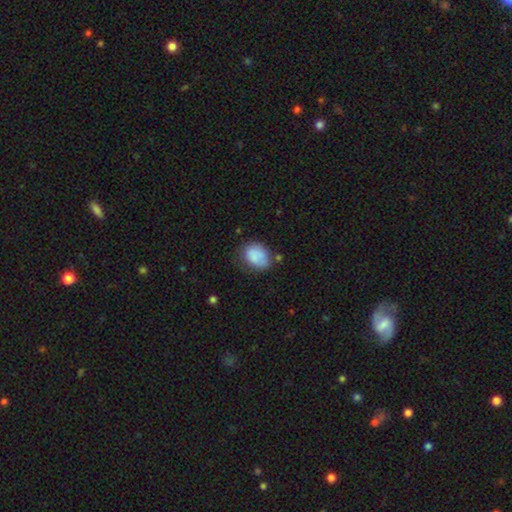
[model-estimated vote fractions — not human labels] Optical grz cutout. It shows a smooth galaxy with no disk features (83%) that is in between round and cigar-shaped (62%). Merging: none (58%).